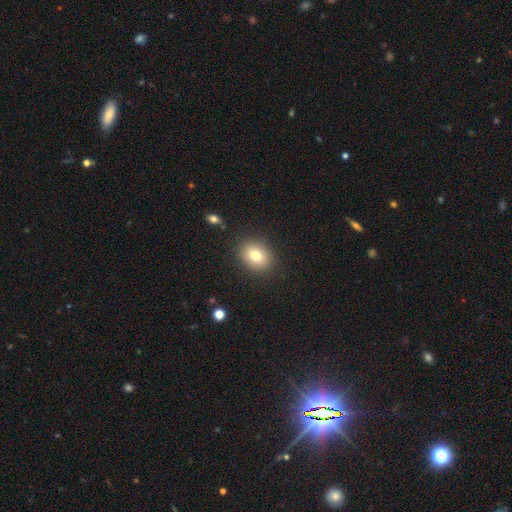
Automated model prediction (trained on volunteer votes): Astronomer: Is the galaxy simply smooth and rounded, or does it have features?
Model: smooth — 77%.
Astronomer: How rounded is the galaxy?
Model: round — 53% (runner-up: in between, 46%).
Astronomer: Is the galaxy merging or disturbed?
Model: none — 88%.